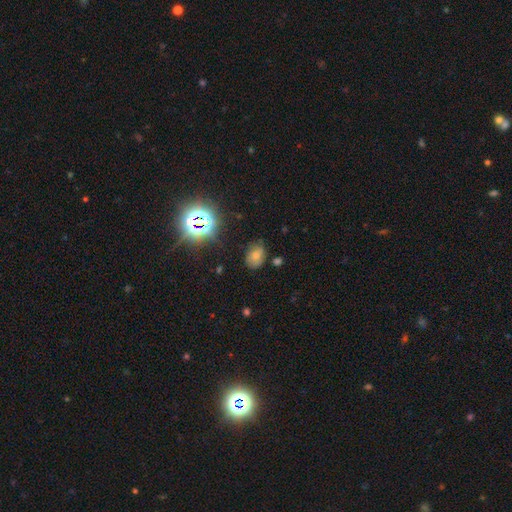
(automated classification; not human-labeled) A smooth galaxy with no disk features (61%) that is in between round and cigar-shaped (72%). Merging: none (67%).